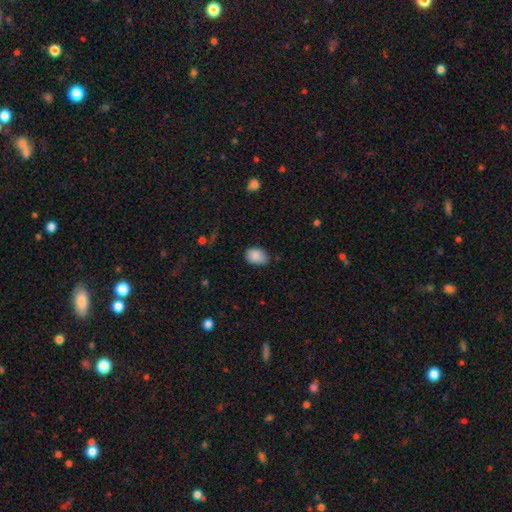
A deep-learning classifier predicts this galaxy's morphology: A smooth galaxy with no disk features (86%) that is in between round and cigar-shaped (76%). Merging: none (65%).